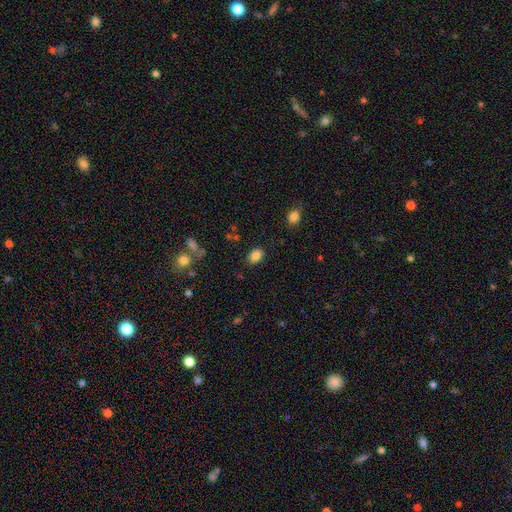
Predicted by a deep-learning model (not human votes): smooth-or-featured: smooth: 86% | star or artifact: 9% | featured or disk: 5%
  how-rounded: in between: 78% | round: 21% | cigar-shaped: 1%
  merging: none: 83% | minor disturbance: 12% | major disturbance: 4% | merger: 2%